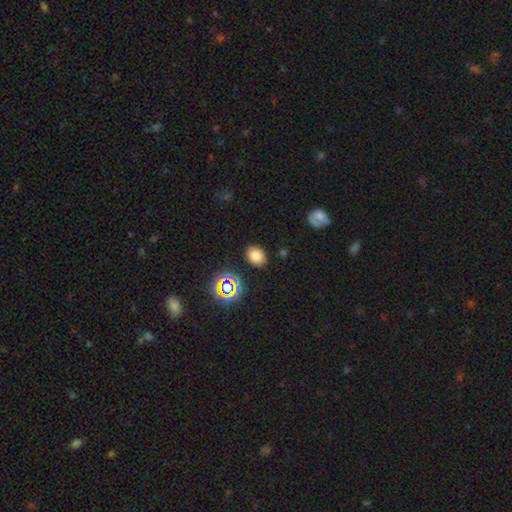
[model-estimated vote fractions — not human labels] Q: Smooth or featured?
A: smooth (78%); runner-up: star or artifact (15%)
Q: How rounded?
A: in between (70%); runner-up: round (29%)
Q: Merging?
A: none (86%); runner-up: minor disturbance (10%)